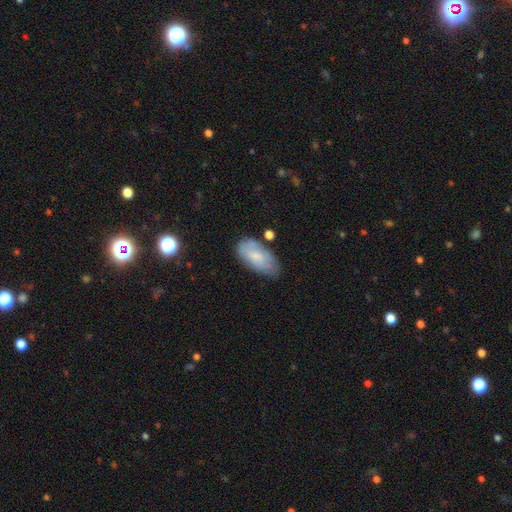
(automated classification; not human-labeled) smooth_or_featured: smooth (p=0.69) [alt: featured or disk p=0.24]
how_rounded: in between (p=0.92) [alt: cigar-shaped p=0.05]
merging: none (p=0.66) [alt: minor disturbance p=0.25]